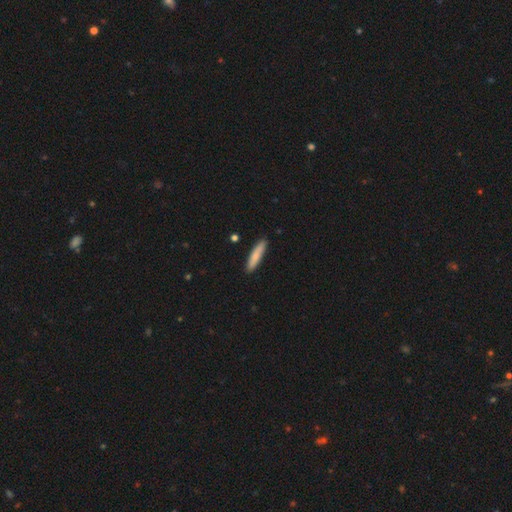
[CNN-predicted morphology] Smooth or featured? smooth (81%)
How rounded? cigar-shaped (85%)
Merging? none (89%)